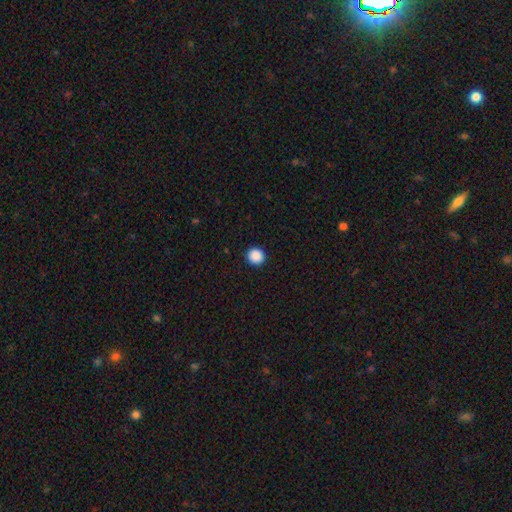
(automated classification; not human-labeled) Smooth or featured? smooth (89%)
How rounded? round (93%)
Merging? none (93%)